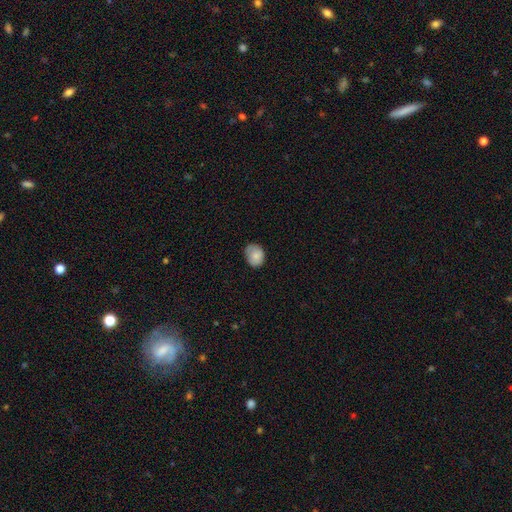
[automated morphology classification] type=smooth (81%); roundness=round (55%); merging=none (69%).